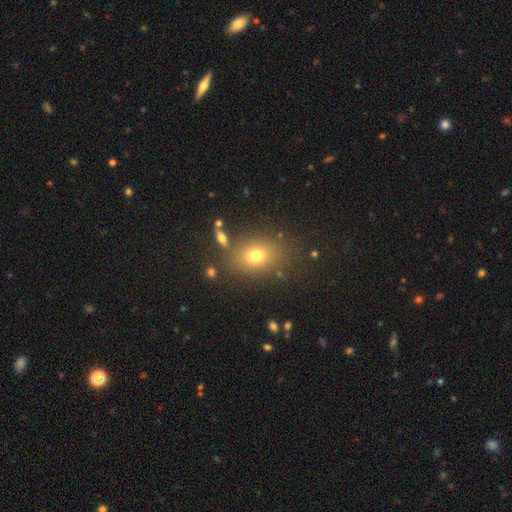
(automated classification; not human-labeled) Morphology: type=smooth (71%); roundness=in between (67%); merging=none (80%).